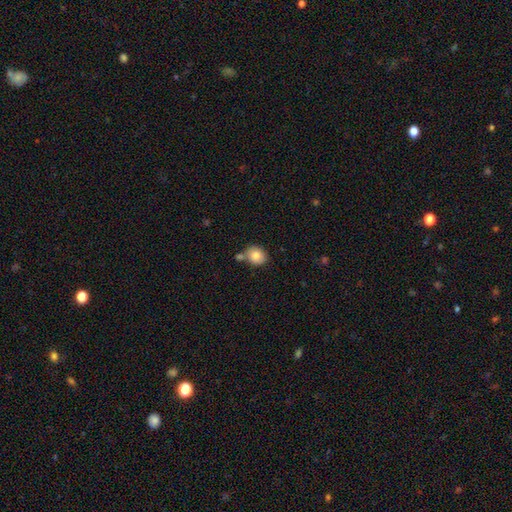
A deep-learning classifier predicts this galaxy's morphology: A smooth galaxy with no disk features (84%) that is round (60%). Merging: none (61%).